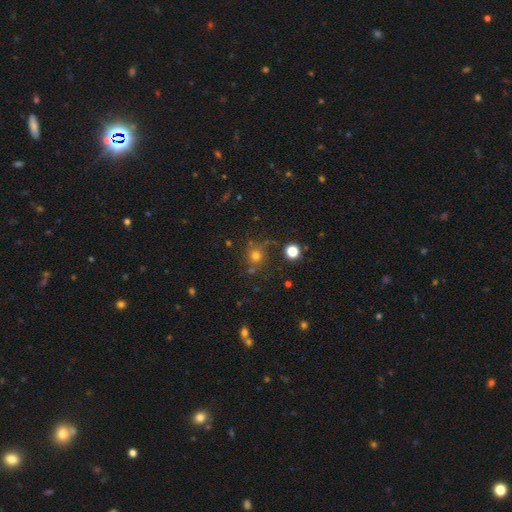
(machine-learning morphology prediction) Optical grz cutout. It shows a smooth galaxy with no disk features (71%) that is round (90%). Merging: none (76%).